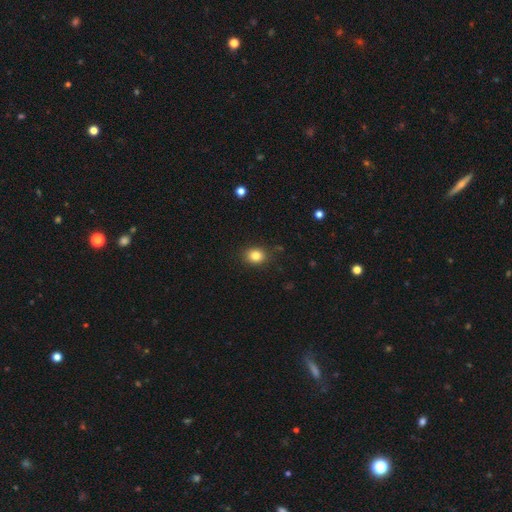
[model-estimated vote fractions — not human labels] This appears to be a smooth galaxy with no disk features (84%) that is round (59%). Merging: none (87%).